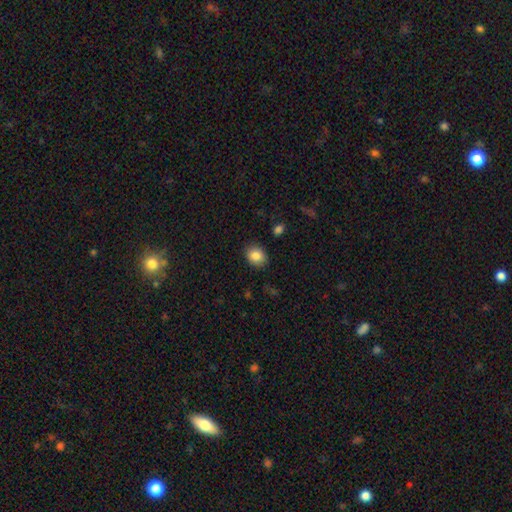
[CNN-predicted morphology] This is clearly a smooth galaxy (86%). How rounded: possibly round (55%). Merging: clearly none (87%).